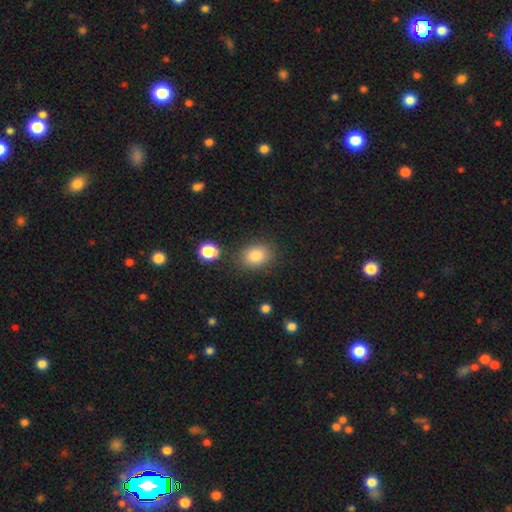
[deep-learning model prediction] Smooth or featured: smooth — 84% (star or artifact — 9%)
How rounded: in between — 61% (round — 38%)
Merging: none — 78% (minor disturbance — 12%)